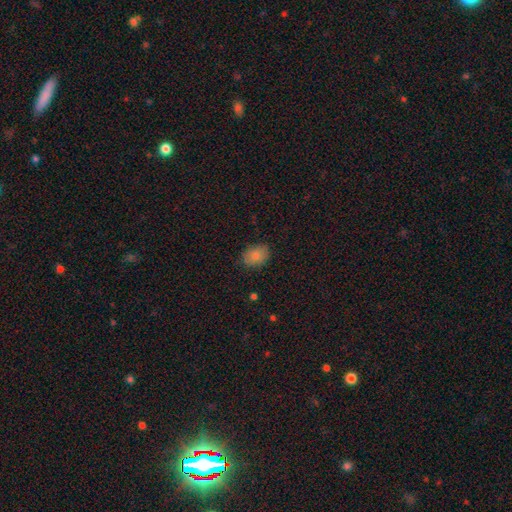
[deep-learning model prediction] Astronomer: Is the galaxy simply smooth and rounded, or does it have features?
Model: smooth — 85%.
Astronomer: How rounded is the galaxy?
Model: in between — 71%.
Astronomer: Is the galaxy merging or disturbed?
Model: none — 82%.